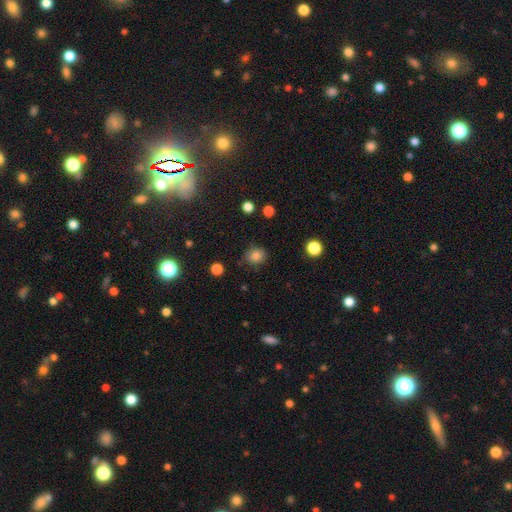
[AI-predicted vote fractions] Smooth or featured? Predicted: smooth (p=0.83). How rounded? Predicted: round (p=0.74). Merging? Predicted: none (p=0.78).